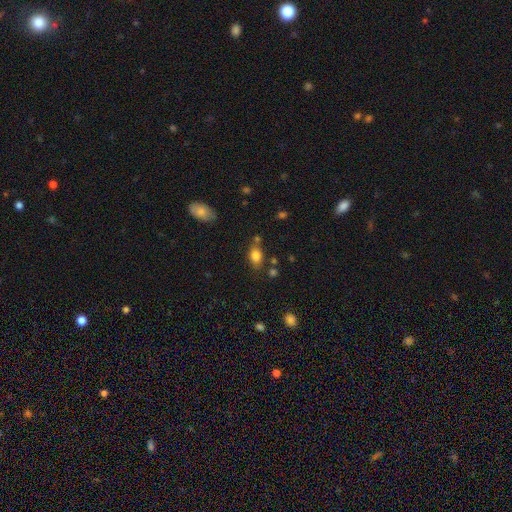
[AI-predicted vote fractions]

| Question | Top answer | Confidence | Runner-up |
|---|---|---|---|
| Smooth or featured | smooth | 82% | star or artifact (10%) |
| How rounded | in between | 77% | round (20%) |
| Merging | none | 68% | minor disturbance (16%) |